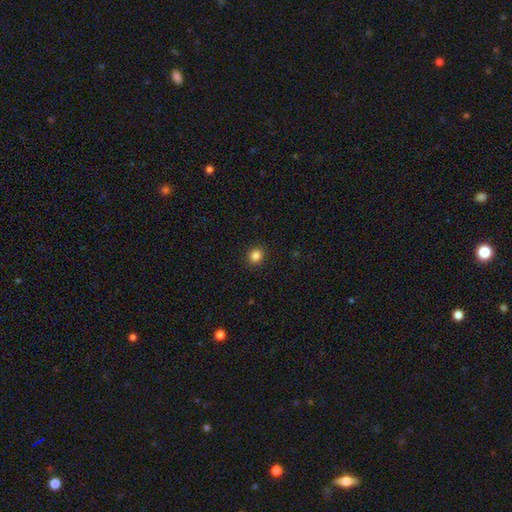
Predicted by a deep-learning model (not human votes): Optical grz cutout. It shows a smooth galaxy with no disk features (84%) that is round (83%). Merging: none (91%).